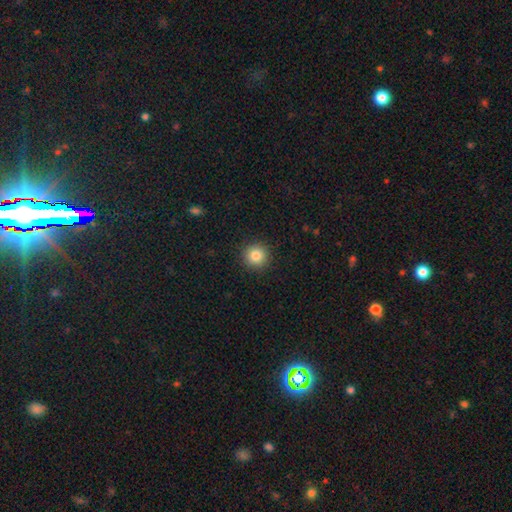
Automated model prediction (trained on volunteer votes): smooth_or_featured: smooth (p=0.85) [alt: star or artifact p=0.10]
how_rounded: round (p=0.95) [alt: in between p=0.04]
merging: none (p=0.92) [alt: minor disturbance p=0.05]